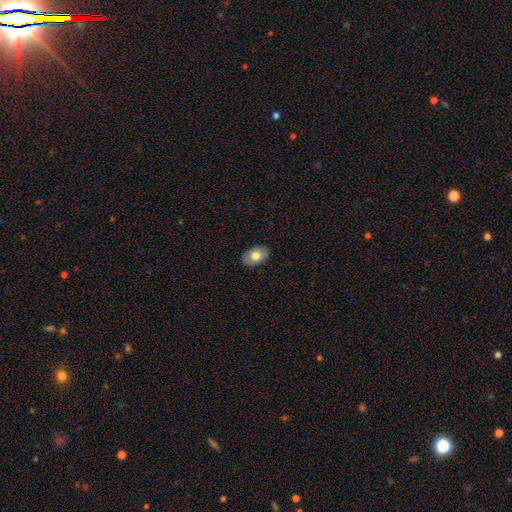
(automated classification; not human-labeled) Smooth or featured? smooth (76%)
How rounded? in between (86%)
Merging? none (88%)